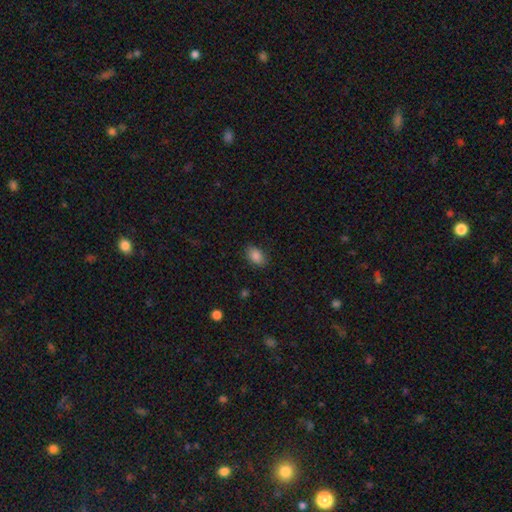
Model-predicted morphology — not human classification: smooth_or_featured: smooth (p=0.87) [alt: star or artifact p=0.09]
how_rounded: in between (p=0.88) [alt: round p=0.11]
merging: none (p=0.85) [alt: minor disturbance p=0.11]